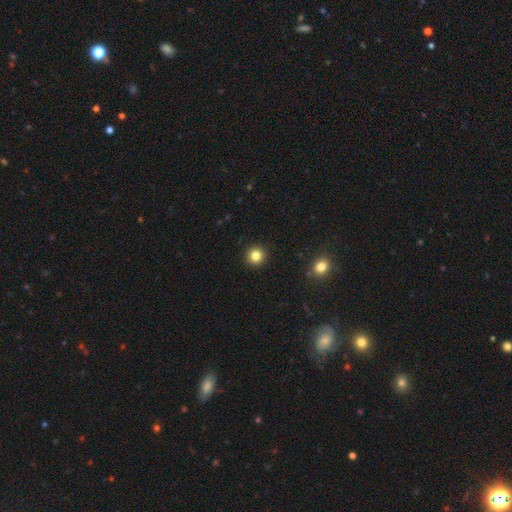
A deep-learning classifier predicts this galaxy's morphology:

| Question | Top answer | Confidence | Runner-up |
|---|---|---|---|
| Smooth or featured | smooth | 82% | star or artifact (12%) |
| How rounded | round | 94% | in between (5%) |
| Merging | none | 93% | minor disturbance (4%) |